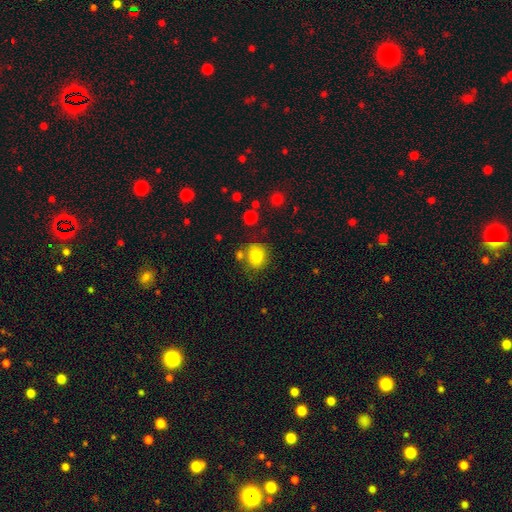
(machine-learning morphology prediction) Smooth or featured?
  - smooth: 81% *
  - star or artifact: 10%
  - featured or disk: 9%
How rounded?
  - round: 76% *
  - in between: 23%
  - cigar-shaped: 1%
Merging?
  - none: 70% *
  - minor disturbance: 14%
  - merger: 11%
  - major disturbance: 5%